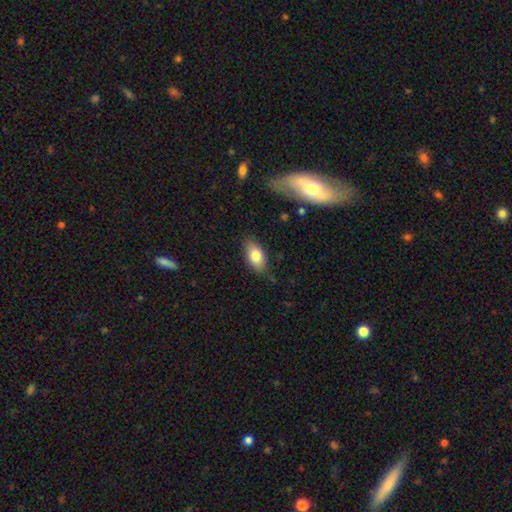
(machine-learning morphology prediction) Q: Smooth or featured?
A: smooth (80%); runner-up: featured or disk (13%)
Q: How rounded?
A: in between (91%); runner-up: cigar-shaped (5%)
Q: Merging?
A: none (79%); runner-up: minor disturbance (16%)